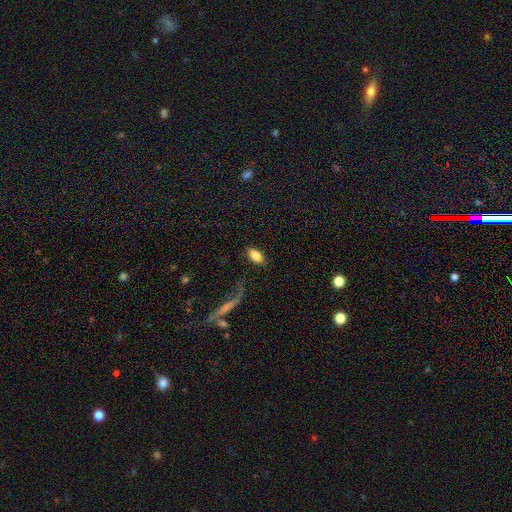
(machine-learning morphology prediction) smooth 84%, featured or disk 8%, star or artifact 7%. Down the decision tree: how rounded — in between (93%); merging — none (79%).